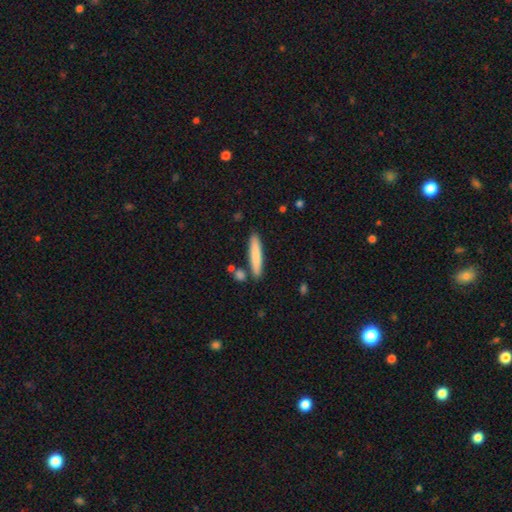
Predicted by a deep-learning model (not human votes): smooth 80%, featured or disk 14%, star or artifact 6%. Down the decision tree: how rounded — cigar-shaped (90%); merging — none (85%).